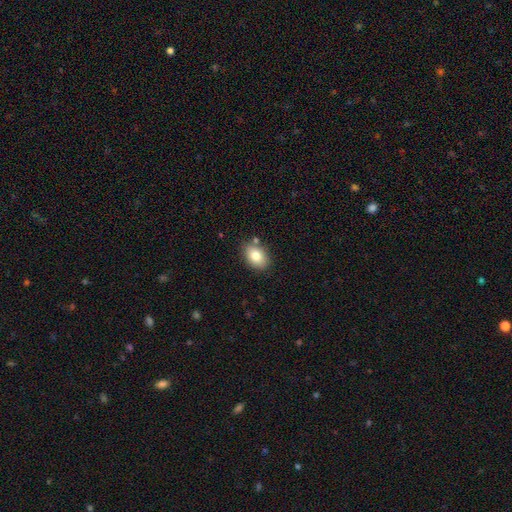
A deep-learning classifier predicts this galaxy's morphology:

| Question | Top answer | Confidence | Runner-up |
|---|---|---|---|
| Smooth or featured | smooth | 81% | featured or disk (11%) |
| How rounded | in between | 80% | round (19%) |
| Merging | none | 80% | minor disturbance (13%) |